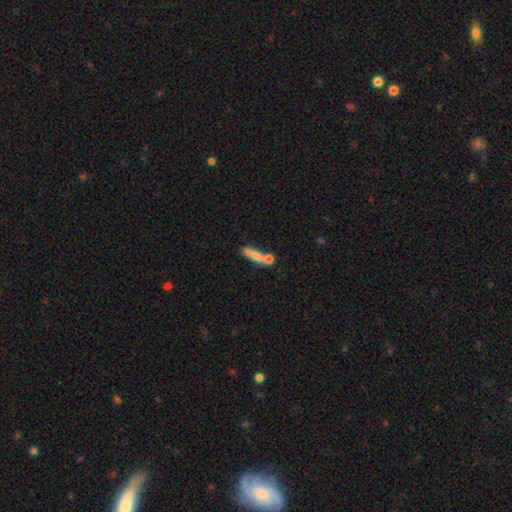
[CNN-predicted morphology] Overall: smooth (68%). How rounded: cigar-shaped (68%). Merging: merger (40%; none 39%).